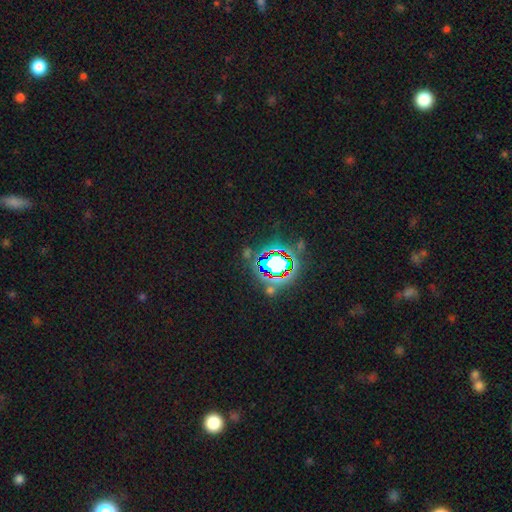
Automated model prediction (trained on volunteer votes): This is clearly a star or artifact rather than a galaxy (82%).